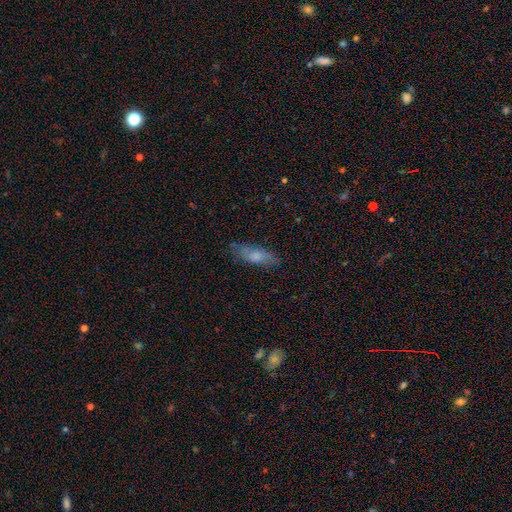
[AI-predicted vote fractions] Smooth or featured? Predicted: smooth (p=0.64). How rounded? Predicted: in between (p=0.52). Merging? Predicted: none (p=0.75).